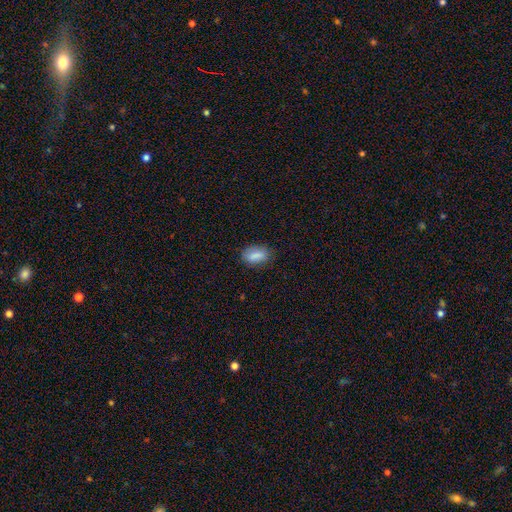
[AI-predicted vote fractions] Smooth or featured?
  - smooth: 84% *
  - featured or disk: 9%
  - star or artifact: 8%
How rounded?
  - in between: 87% *
  - round: 7%
  - cigar-shaped: 6%
Merging?
  - none: 79% *
  - minor disturbance: 16%
  - major disturbance: 3%
  - merger: 1%